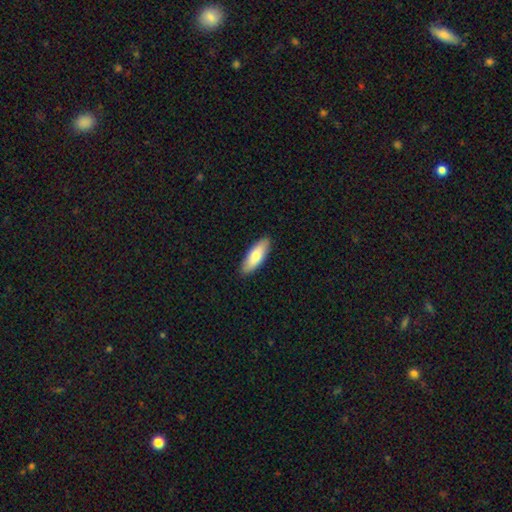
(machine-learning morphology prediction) smooth 76%, featured or disk 18%, star or artifact 5%. Down the decision tree: how rounded — in between (66%); merging — none (90%).